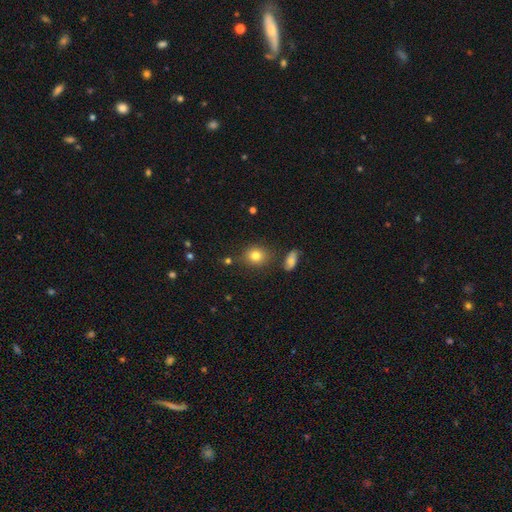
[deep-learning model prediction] Smooth or featured? Predicted: smooth (p=0.79). How rounded? Predicted: round (p=0.71). Merging? Predicted: none (p=0.80).